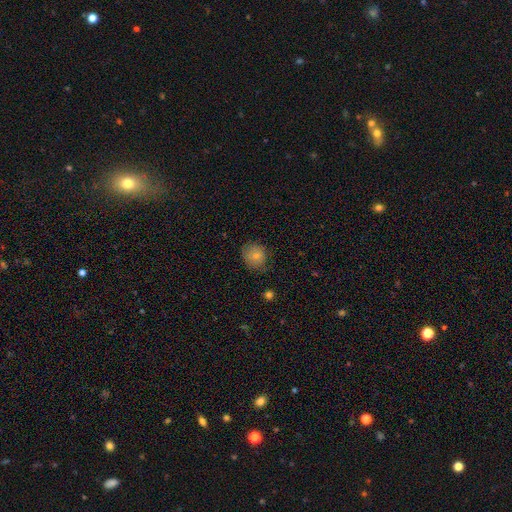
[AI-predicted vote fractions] Smooth or featured?
  - smooth: 79% *
  - featured or disk: 11%
  - star or artifact: 10%
How rounded?
  - round: 80% *
  - in between: 19%
  - cigar-shaped: 1%
Merging?
  - none: 76% *
  - minor disturbance: 18%
  - major disturbance: 4%
  - merger: 1%